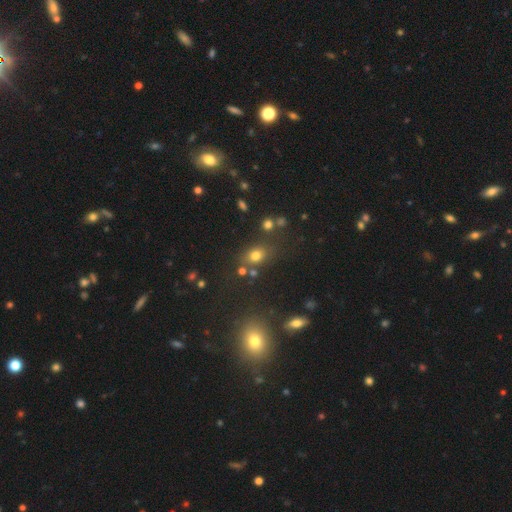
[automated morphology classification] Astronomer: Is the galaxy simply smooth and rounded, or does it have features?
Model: smooth — 71%.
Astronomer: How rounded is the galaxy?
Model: in between — 55% (runner-up: round, 43%).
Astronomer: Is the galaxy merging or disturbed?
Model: none — 69%.